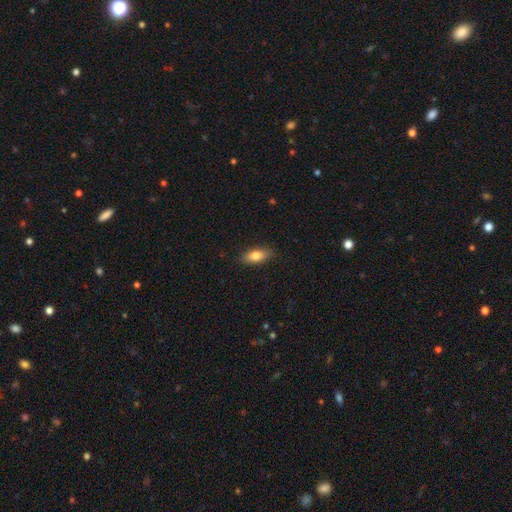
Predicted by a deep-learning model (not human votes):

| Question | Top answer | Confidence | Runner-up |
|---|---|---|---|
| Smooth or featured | smooth | 77% | featured or disk (16%) |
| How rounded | in between | 79% | cigar-shaped (17%) |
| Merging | none | 86% | minor disturbance (11%) |